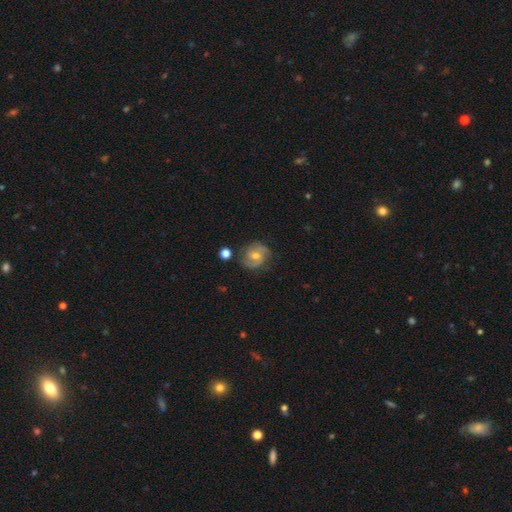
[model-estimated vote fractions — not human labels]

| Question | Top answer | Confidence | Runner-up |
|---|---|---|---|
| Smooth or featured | featured or disk | 66% | smooth (26%) |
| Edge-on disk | no | 97% | yes (3%) |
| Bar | no | 45% | weak (44%) |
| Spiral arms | yes | 87% | no (13%) |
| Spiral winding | medium | 46% | tight (35%) |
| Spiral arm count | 2 | 77% | can't tell (13%) |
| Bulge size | moderate | 59% | small (36%) |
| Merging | none | 72% | minor disturbance (19%) |